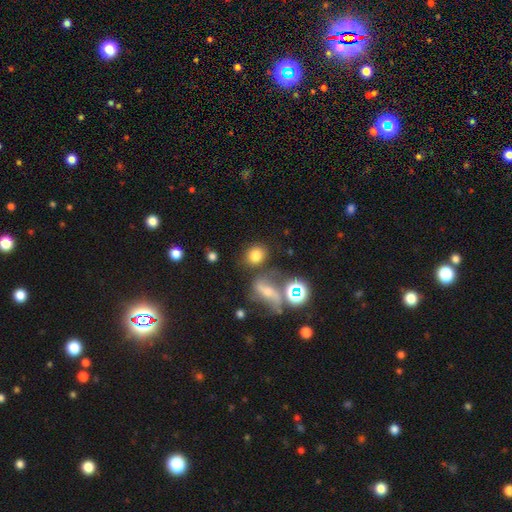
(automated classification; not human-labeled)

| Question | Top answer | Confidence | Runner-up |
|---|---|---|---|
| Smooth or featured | smooth | 74% | star or artifact (15%) |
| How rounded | round | 64% | in between (34%) |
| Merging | none | 65% | merger (15%) |